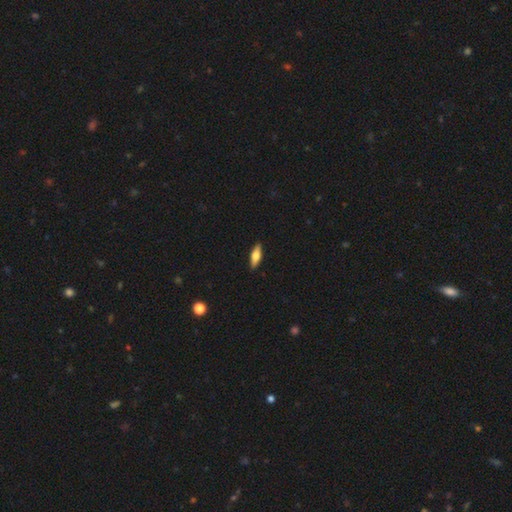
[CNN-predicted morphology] A smooth galaxy with no disk features (60%) that is in between round and cigar-shaped (54%). Merging: none (90%).